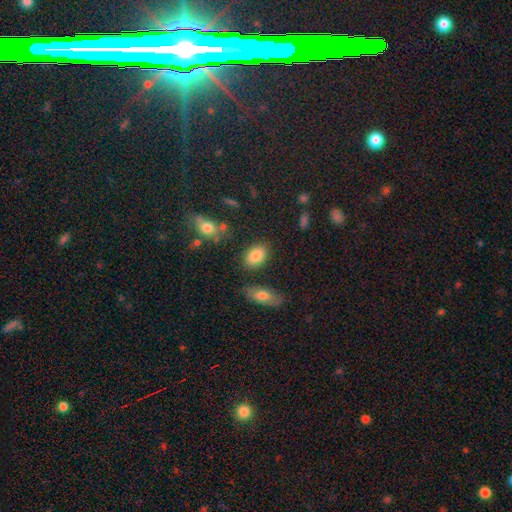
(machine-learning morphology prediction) smooth_or_featured: smooth (p=0.85) [alt: star or artifact p=0.08]
how_rounded: in between (p=0.87) [alt: round p=0.12]
merging: none (p=0.81) [alt: minor disturbance p=0.11]